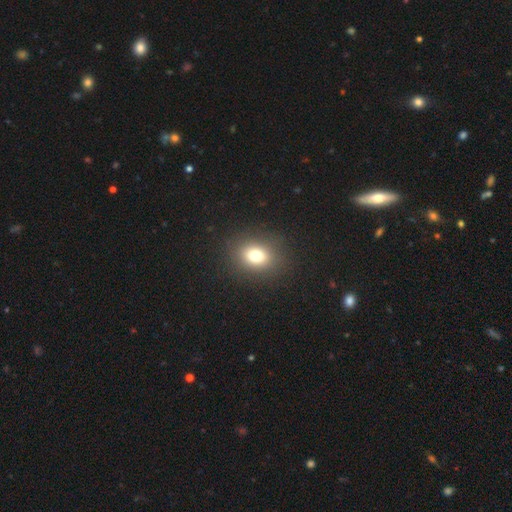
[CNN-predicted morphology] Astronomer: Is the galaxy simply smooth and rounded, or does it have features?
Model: smooth — 75%.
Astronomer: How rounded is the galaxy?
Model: round — 50% (runner-up: in between, 49%).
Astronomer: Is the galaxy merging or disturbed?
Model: none — 88%.